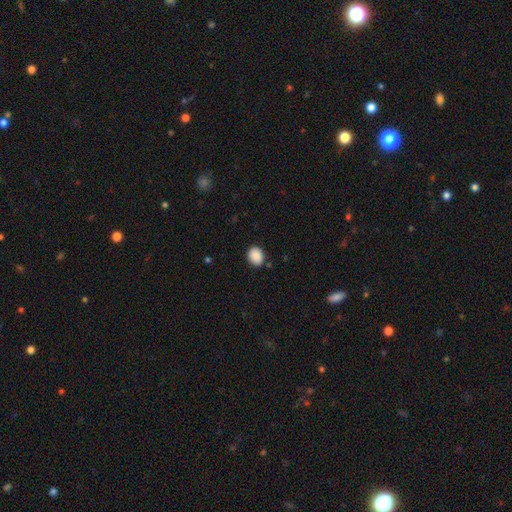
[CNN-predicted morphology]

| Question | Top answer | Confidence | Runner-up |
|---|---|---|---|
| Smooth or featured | smooth | 89% | star or artifact (8%) |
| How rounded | in between | 52% | round (47%) |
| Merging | none | 86% | minor disturbance (10%) |